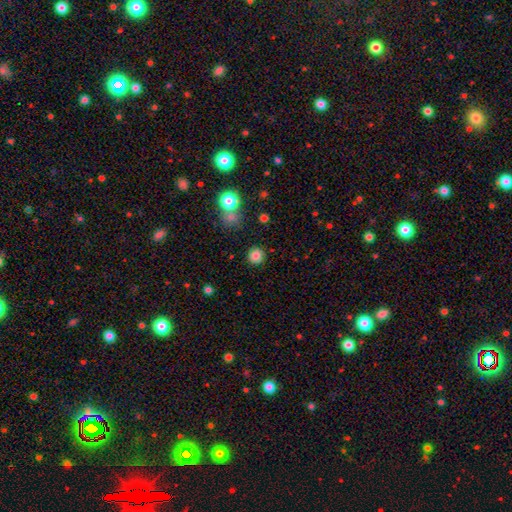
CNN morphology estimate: A smooth galaxy with no disk features (83%) that is round (94%). Merging: none (90%).